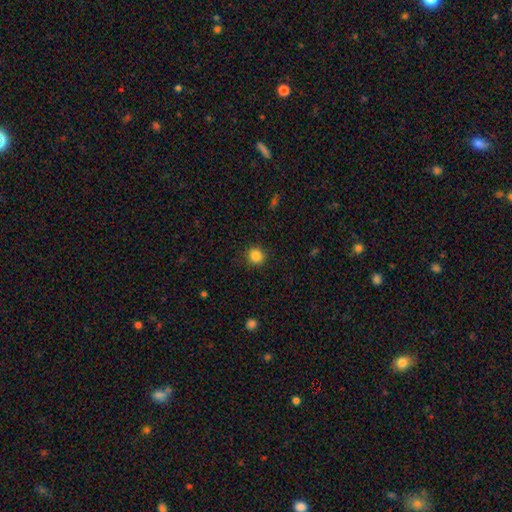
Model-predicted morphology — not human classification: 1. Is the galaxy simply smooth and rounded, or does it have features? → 85% smooth, 11% star or artifact, 4% featured or disk.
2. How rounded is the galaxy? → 90% round, 9% in between, 1% cigar-shaped.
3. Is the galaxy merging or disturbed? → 90% none, 7% minor disturbance, 2% major disturbance, 1% merger.